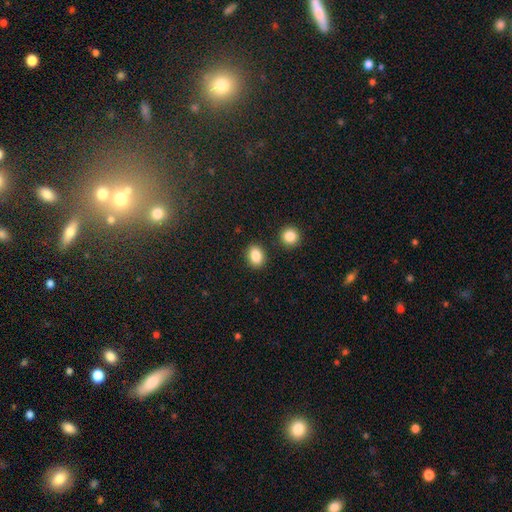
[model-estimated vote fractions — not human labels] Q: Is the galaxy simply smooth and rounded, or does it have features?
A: smooth — 86%.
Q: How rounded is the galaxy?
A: in between — 64%.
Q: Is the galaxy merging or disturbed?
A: none — 86%.